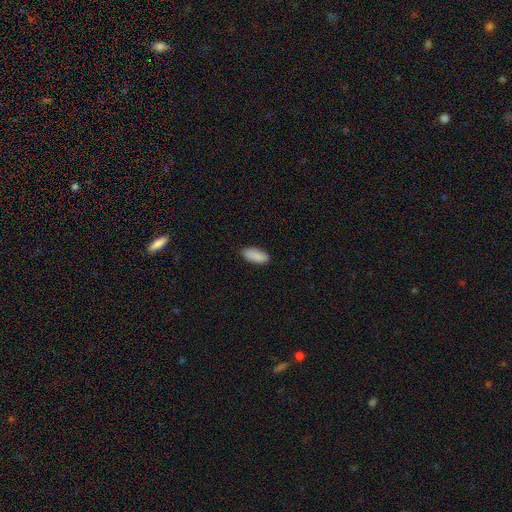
smooth-or-featured: smooth: 92% | featured or disk: 5% | star or artifact: 3%
  how-rounded: in between: 97% | cigar-shaped: 3% | round: 0%
  merging: none: 92% | minor disturbance: 5% | major disturbance: 3% | merger: 0%